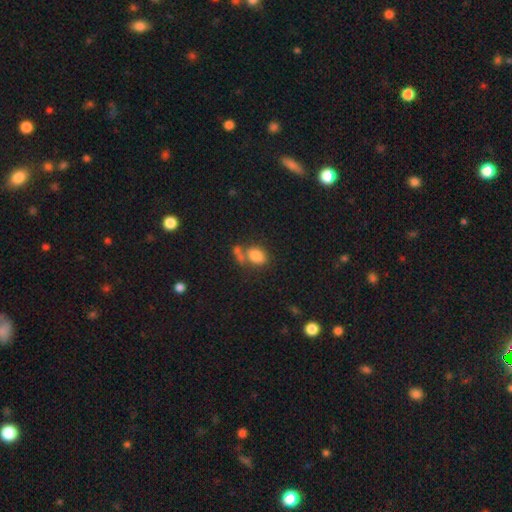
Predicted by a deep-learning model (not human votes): Smooth or featured? smooth (82%)
How rounded? in between (84%)
Merging? none (46%)